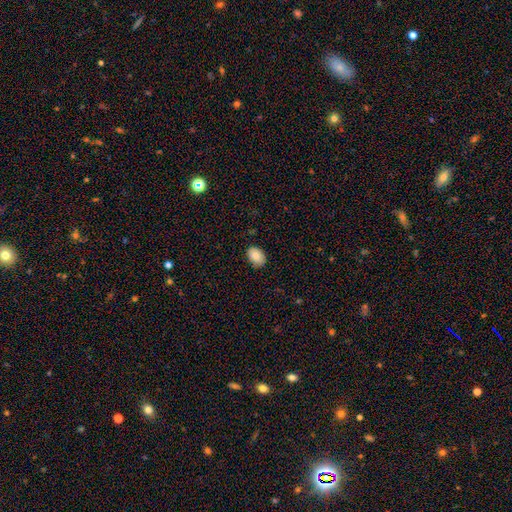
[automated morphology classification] Smooth or featured? smooth (86%)
How rounded? in between (85%)
Merging? none (83%)